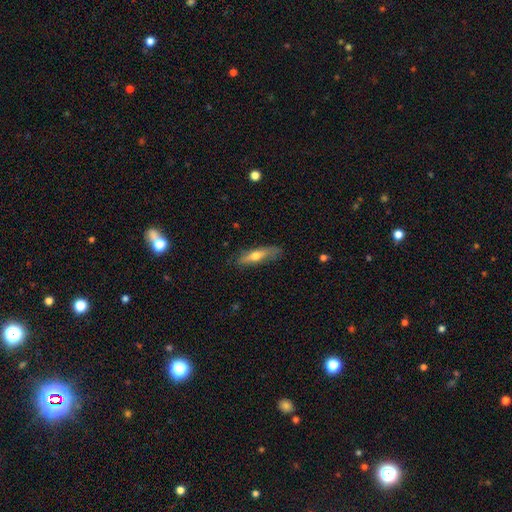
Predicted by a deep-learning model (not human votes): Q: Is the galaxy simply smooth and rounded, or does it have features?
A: smooth — 52%.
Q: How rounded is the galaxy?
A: cigar-shaped — 72%.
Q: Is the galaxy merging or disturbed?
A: none — 74%.